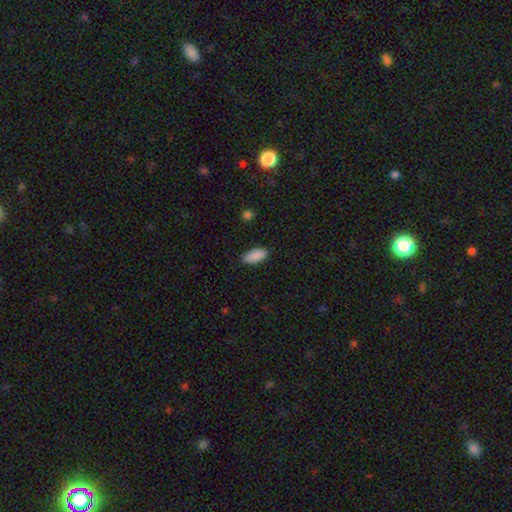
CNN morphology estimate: smooth 90%, star or artifact 7%, featured or disk 3%. Down the decision tree: how rounded — in between (89%); merging — none (87%).